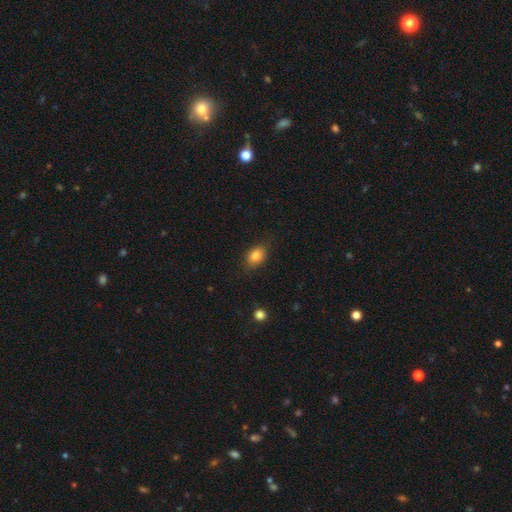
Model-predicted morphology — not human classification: A smooth galaxy with no disk features (83%) that is in between round and cigar-shaped (81%).

Vote fractions:
- Smooth or featured? smooth: 83% / star or artifact: 9% / featured or disk: 8%
- How rounded? in between: 81% / round: 17% / cigar-shaped: 2%
- Merging? none: 81% / minor disturbance: 14% / major disturbance: 3% / merger: 1%